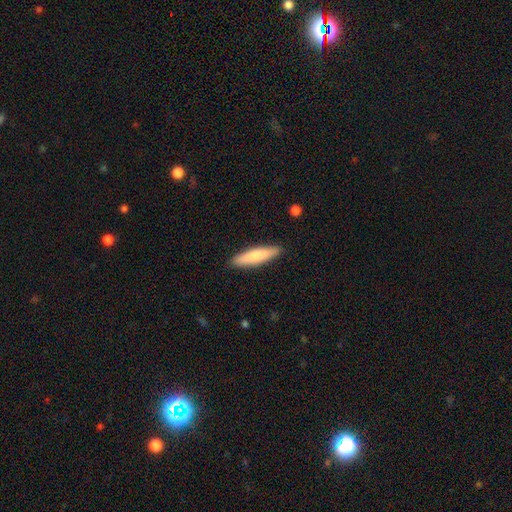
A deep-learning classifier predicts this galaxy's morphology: Overall: smooth (76%). How rounded: cigar-shaped (79%). Merging: none (90%).